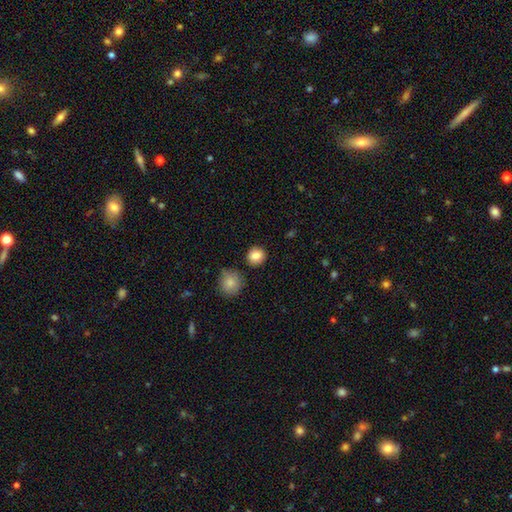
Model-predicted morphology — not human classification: type=smooth (86%); roundness=round (89%); merging=none (87%).